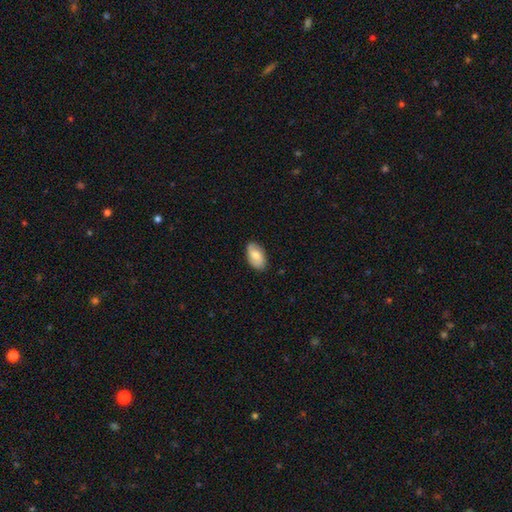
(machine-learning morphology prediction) A smooth galaxy with no disk features (68%) that is in between round and cigar-shaped (94%). Merging: none (85%).